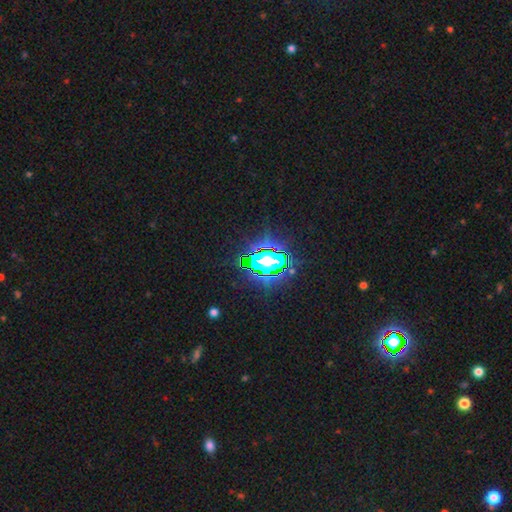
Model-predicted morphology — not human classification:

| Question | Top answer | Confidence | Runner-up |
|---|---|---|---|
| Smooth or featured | star or artifact | 75% | smooth (14%) |